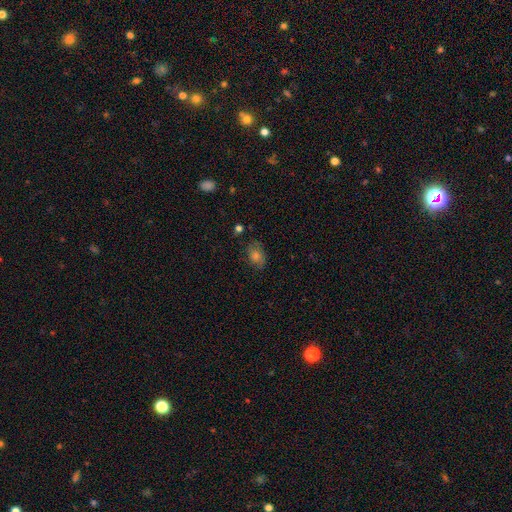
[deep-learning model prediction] Smooth or featured? smooth (53%)
How rounded? in between (66%)
Merging? none (74%)